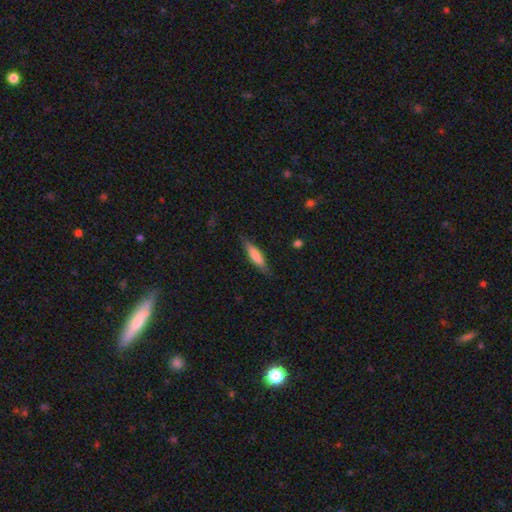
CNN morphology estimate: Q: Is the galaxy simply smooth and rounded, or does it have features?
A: smooth — 72%.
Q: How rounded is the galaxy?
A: cigar-shaped — 72%.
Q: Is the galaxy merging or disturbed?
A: none — 81%.